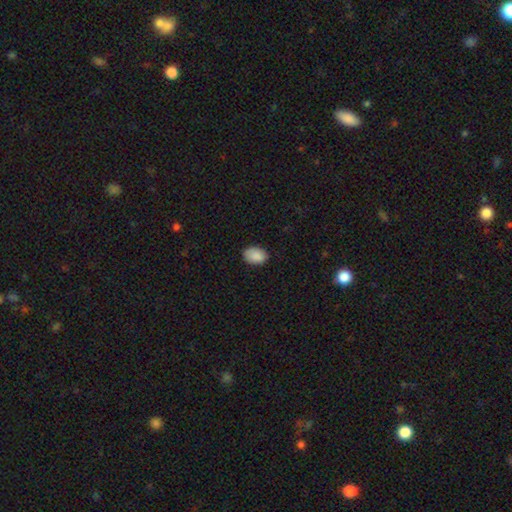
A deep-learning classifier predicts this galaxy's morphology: type=smooth (90%); roundness=in between (83%); merging=none (83%).